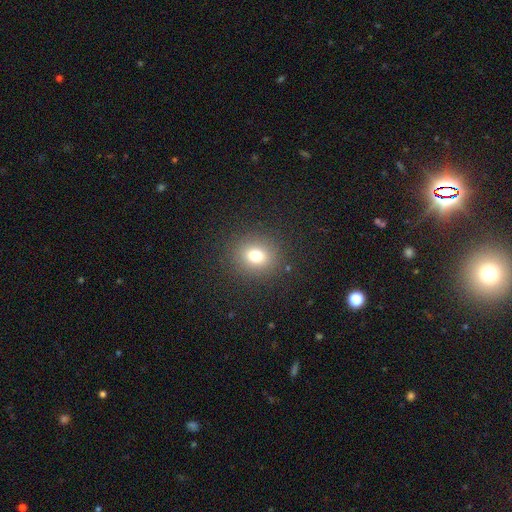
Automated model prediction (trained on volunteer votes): Smooth or featured: smooth — 75% (star or artifact — 15%)
How rounded: round — 75% (in between — 24%)
Merging: none — 88% (minor disturbance — 7%)